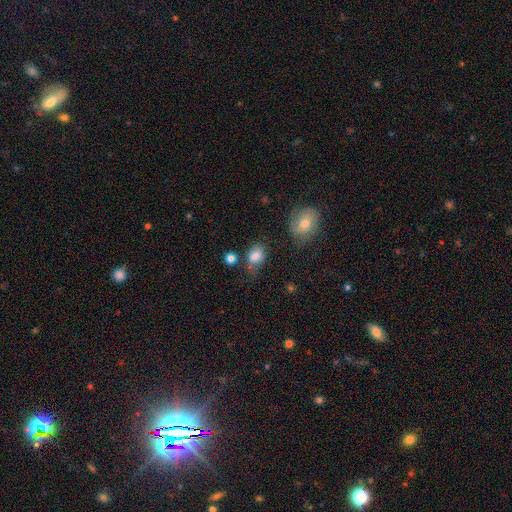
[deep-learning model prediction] The model was most divided on "merging": none: 56%, minor disturbance: 27%, major disturbance: 9%, merger: 8%. More confident: smooth or featured — smooth (81%); how rounded — in between (74%).